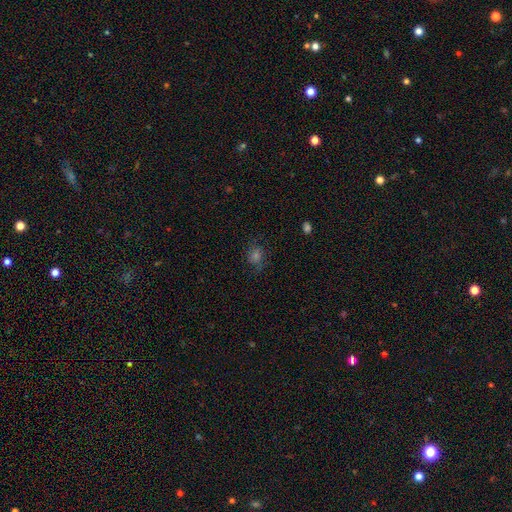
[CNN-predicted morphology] The model was most divided on "smooth or featured": smooth: 42%, star or artifact: 31%, featured or disk: 27%. More confident: merging — none (73%).